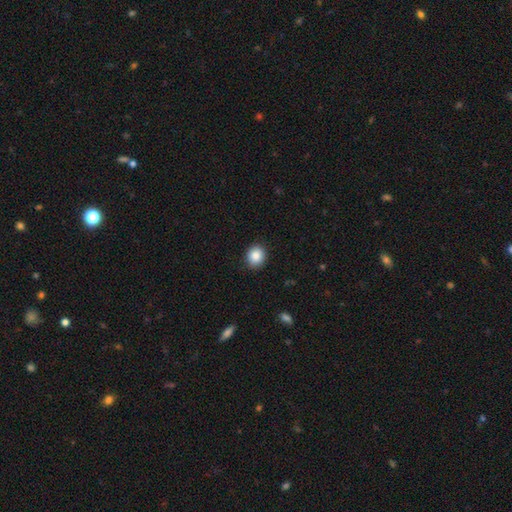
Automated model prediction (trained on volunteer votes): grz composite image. It shows a smooth galaxy with no disk features (86%) that is round (76%). Merging: none (90%).